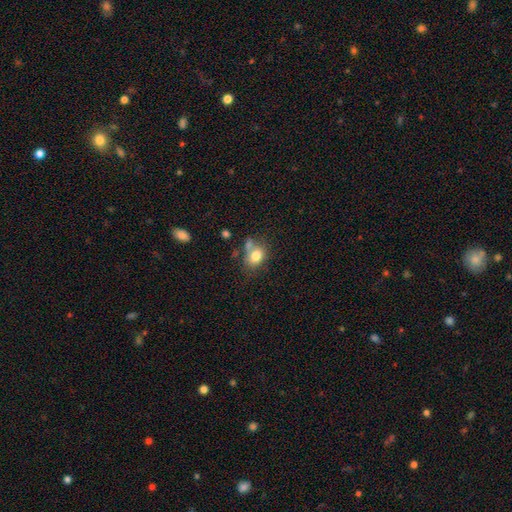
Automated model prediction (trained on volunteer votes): Morphology: type=smooth (78%); roundness=in between (63%); merging=none (46%).